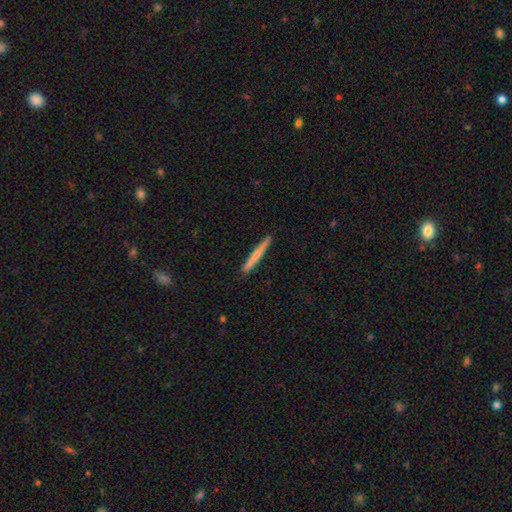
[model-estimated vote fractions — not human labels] This appears to be a smooth galaxy with no disk features (50%). Merging: none (90%).